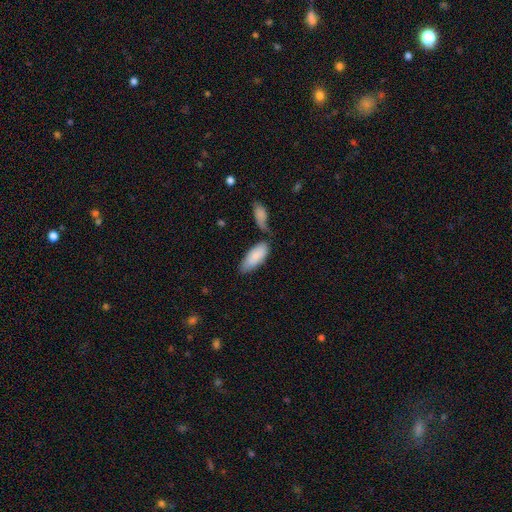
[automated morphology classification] This appears to be a smooth galaxy with no disk features (84%) that is in between round and cigar-shaped (85%). Merging: none (50%).